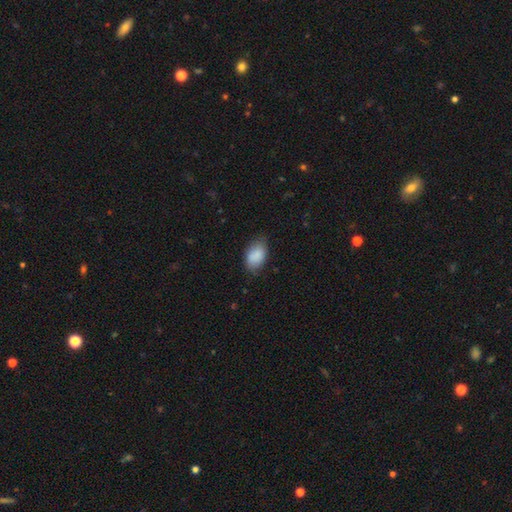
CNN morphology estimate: Smooth or featured: smooth — 88% (star or artifact — 7%)
How rounded: in between — 90% (round — 8%)
Merging: none — 73% (minor disturbance — 22%)